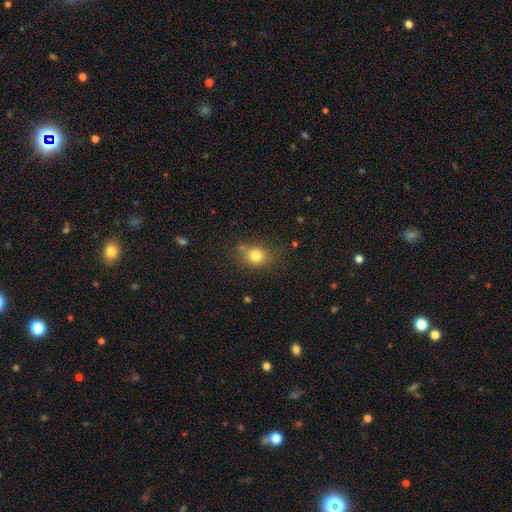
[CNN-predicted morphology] Smooth or featured? Predicted: smooth (p=0.79). How rounded? Predicted: round (p=0.64). Merging? Predicted: none (p=0.70).